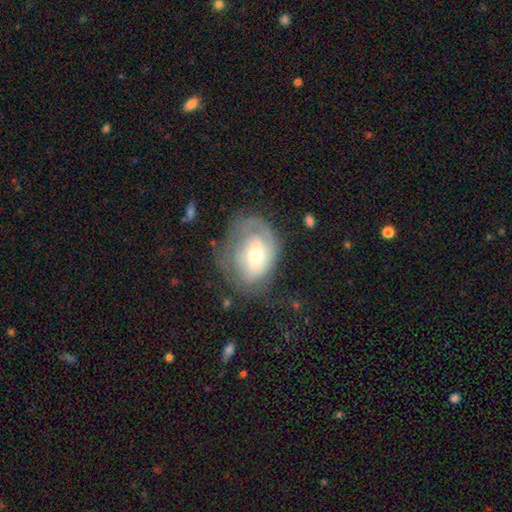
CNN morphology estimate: Smooth or featured?
  - featured or disk: 61% *
  - smooth: 31%
  - star or artifact: 7%
Edge-on disk?
  - no: 95% *
  - yes: 5%
Bar?
  - no: 70% *
  - weak: 24%
  - strong: 6%
Spiral arms?
  - yes: 70% *
  - no: 30%
Bulge size?
  - moderate: 56% *
  - small: 37%
  - large: 5%
  - dominant: 1%
  - none: 1%
Merging?
  - none: 45% *
  - major disturbance: 27%
  - minor disturbance: 26%
  - merger: 2%